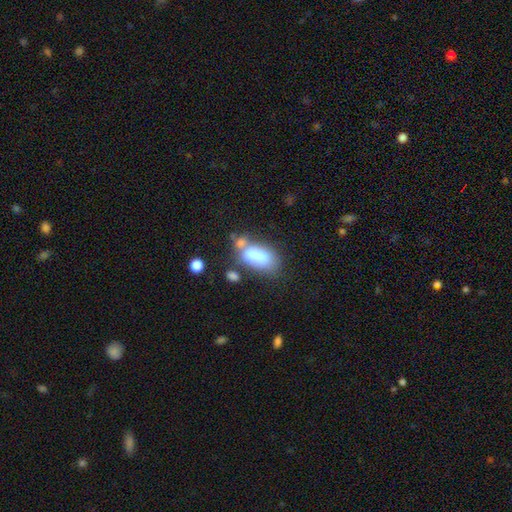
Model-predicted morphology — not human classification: smooth_or_featured: smooth (p=0.76) [alt: featured or disk p=0.14]
how_rounded: in between (p=0.89) [alt: cigar-shaped p=0.07]
merging: merger (p=0.35) [alt: none p=0.34]